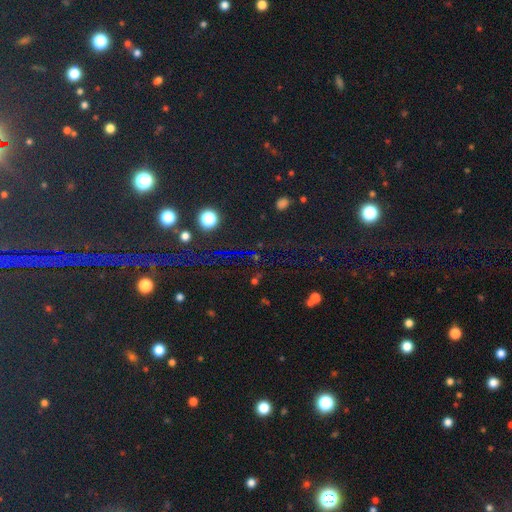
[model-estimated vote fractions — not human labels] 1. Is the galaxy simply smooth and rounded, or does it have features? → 82% star or artifact, 11% smooth, 7% featured or disk.